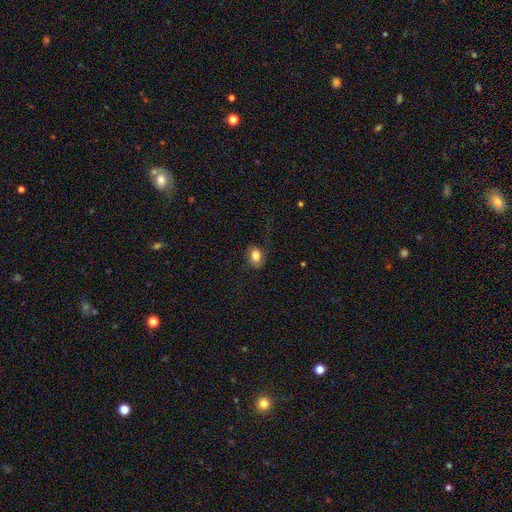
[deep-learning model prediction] Smooth or featured?
  - smooth: 80% *
  - featured or disk: 11%
  - star or artifact: 9%
How rounded?
  - in between: 65% *
  - round: 34%
  - cigar-shaped: 1%
Merging?
  - none: 67% *
  - minor disturbance: 19%
  - major disturbance: 12%
  - merger: 1%